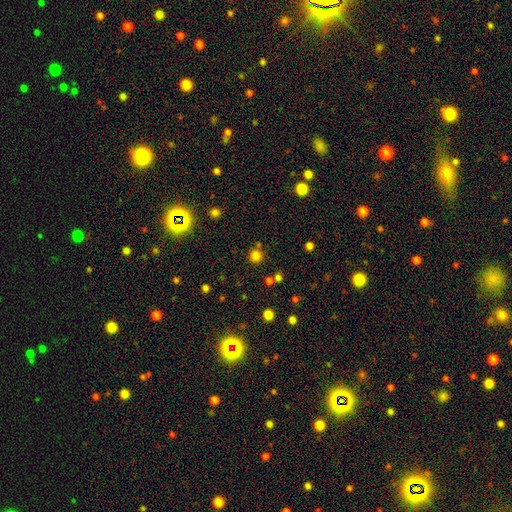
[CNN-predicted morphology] This is likely a smooth galaxy (77%). How rounded: clearly round (93%). Merging: likely none (79%).